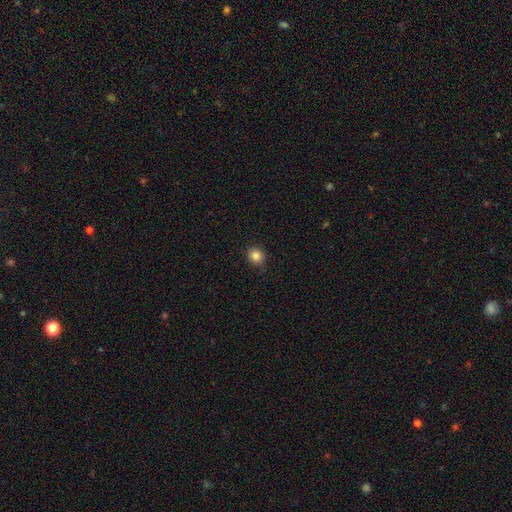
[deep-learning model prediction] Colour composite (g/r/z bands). It shows a smooth galaxy with no disk features (85%) that is round (82%). Merging: none (85%).